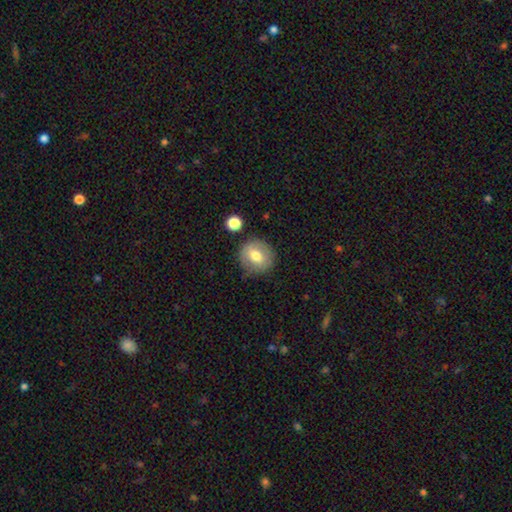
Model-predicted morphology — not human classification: This appears to be a smooth galaxy with no disk features (70%) that is round (88%). Merging: none (78%).